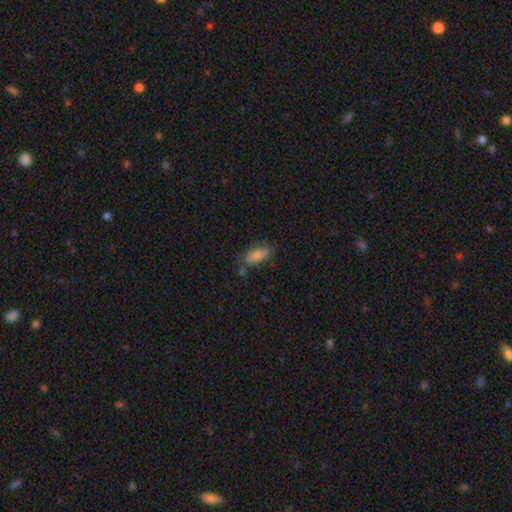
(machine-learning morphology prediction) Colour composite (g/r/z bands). It shows a smooth galaxy with no disk features (78%) that is in between round and cigar-shaped (83%). Merging: none (66%).